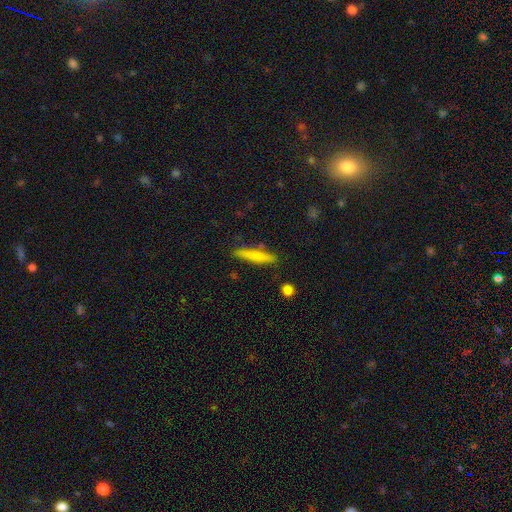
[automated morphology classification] A smooth galaxy with no disk features (74%) that is cigar-shaped (90%). Merging: none (85%).